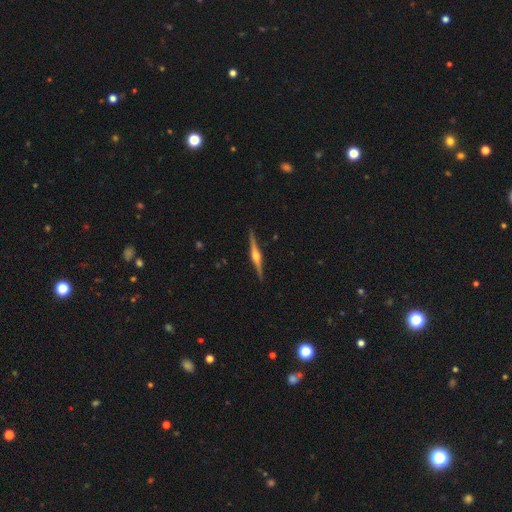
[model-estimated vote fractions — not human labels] This appears to be a featured or disk galaxy (84%) viewed edge-on (99%) with a rounded central bulge (92%). Merging: none (91%).